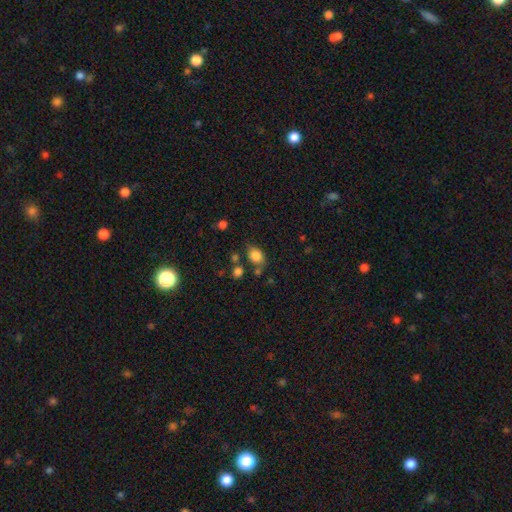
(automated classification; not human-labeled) Morphology: type=smooth (83%); roundness=in between (71%); merging=none (67%).